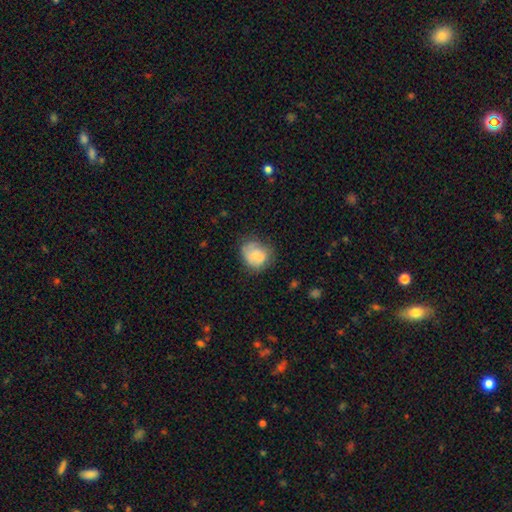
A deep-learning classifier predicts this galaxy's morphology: Smooth or featured? smooth (64%)
How rounded? round (60%)
Merging? none (49%)